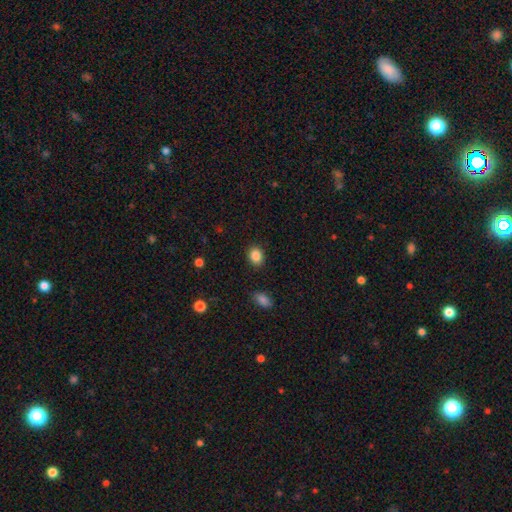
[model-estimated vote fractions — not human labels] Smooth or featured? Predicted: smooth (p=0.86). How rounded? Predicted: in between (p=0.50). Merging? Predicted: none (p=0.89).